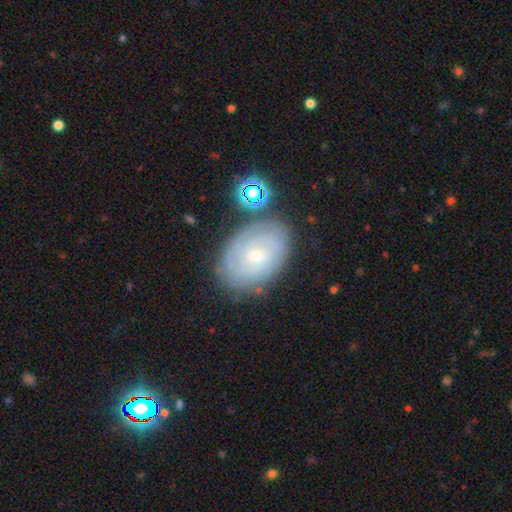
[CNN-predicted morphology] Smooth or featured? Predicted: featured or disk (p=0.80). Edge-on disk? Predicted: no (p=0.96). Bar? Predicted: no (p=0.51). Spiral arms? Predicted: yes (p=0.95). Spiral winding? Predicted: tight (p=0.79). Spiral arm count? Predicted: 2 (p=0.35). Bulge size? Predicted: small (p=0.56). Merging? Predicted: none (p=0.76).